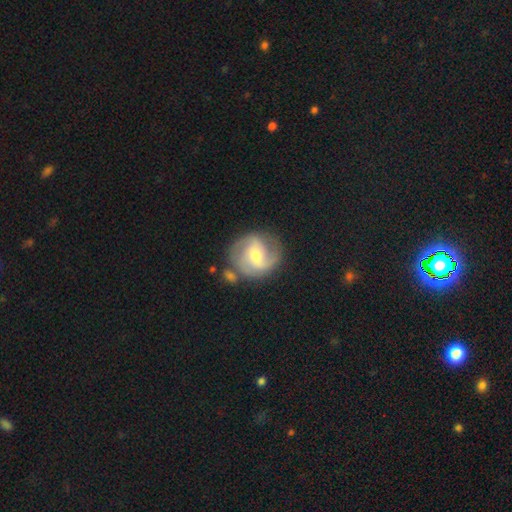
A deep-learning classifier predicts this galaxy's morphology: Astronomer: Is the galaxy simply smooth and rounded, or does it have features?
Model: featured or disk — 76%.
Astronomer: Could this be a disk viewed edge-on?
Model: no — 97%.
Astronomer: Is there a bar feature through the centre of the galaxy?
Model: weak — 48% (runner-up: no, 33%).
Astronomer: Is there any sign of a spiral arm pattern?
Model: yes — 93%.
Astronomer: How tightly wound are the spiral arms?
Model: medium — 48% (runner-up: tight, 31%).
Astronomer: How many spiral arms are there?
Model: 2 — 53%.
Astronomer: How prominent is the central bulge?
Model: moderate — 57% (runner-up: small, 35%).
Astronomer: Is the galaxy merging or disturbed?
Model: none — 70%.